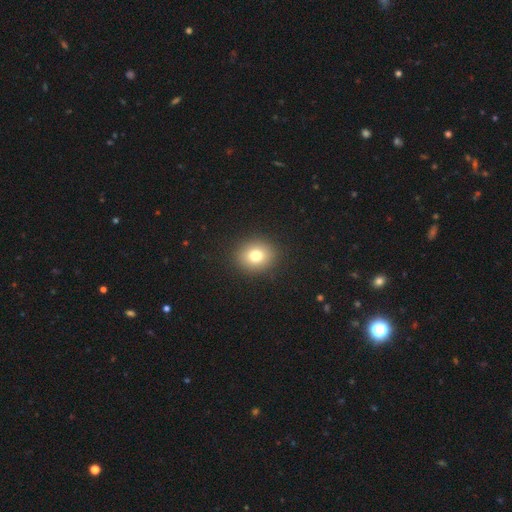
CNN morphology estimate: Smooth or featured? smooth (77%)
How rounded? round (71%)
Merging? none (91%)